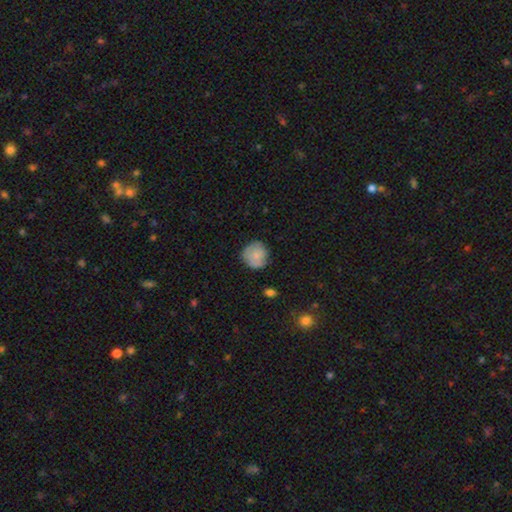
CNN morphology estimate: A smooth galaxy with no disk features (72%) that is round (88%).

Vote fractions:
- Smooth or featured? smooth: 72% / featured or disk: 20% / star or artifact: 8%
- How rounded? round: 88% / in between: 11% / cigar-shaped: 1%
- Merging? none: 71% / minor disturbance: 22% / major disturbance: 5% / merger: 2%